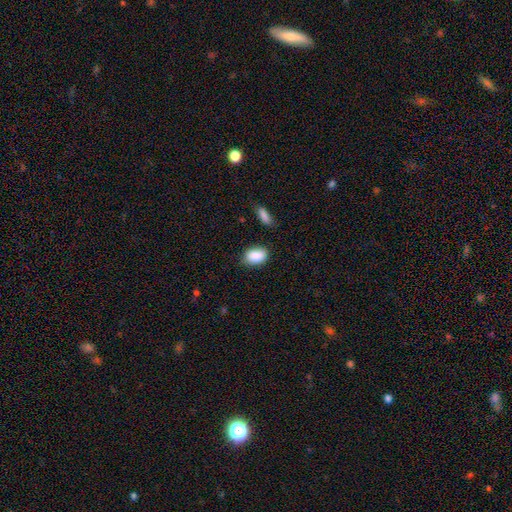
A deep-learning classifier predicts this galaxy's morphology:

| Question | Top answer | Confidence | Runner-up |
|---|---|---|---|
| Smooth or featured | smooth | 89% | star or artifact (7%) |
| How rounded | in between | 85% | round (14%) |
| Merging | none | 75% | minor disturbance (18%) |